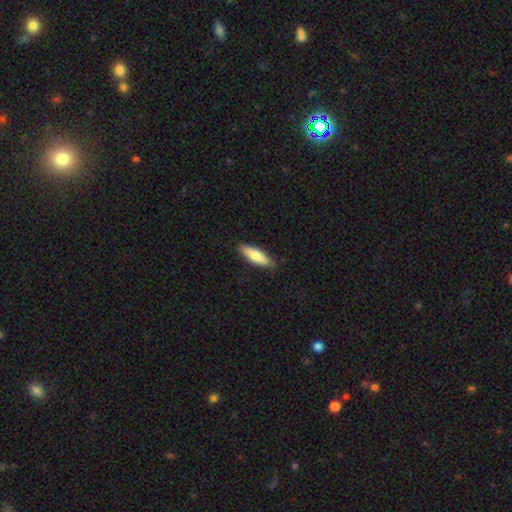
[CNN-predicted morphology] Smooth or featured: smooth — 73% (featured or disk — 22%)
How rounded: cigar-shaped — 59% (in between — 39%)
Merging: none — 87% (minor disturbance — 10%)